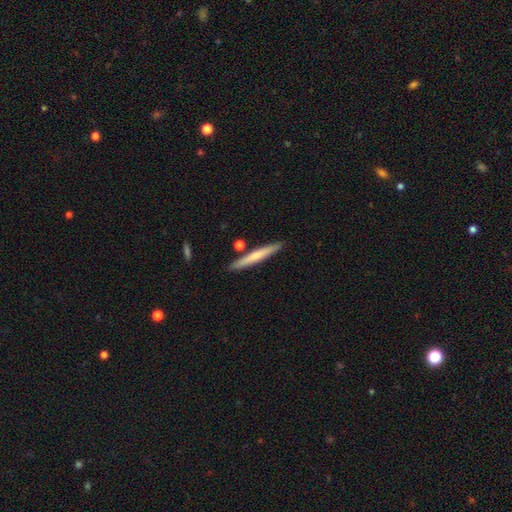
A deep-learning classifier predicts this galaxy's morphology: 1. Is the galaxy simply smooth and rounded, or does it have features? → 57% smooth, 38% featured or disk, 5% star or artifact.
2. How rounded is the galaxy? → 96% cigar-shaped, 3% in between, 1% round.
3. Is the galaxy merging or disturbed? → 86% none, 8% minor disturbance, 4% merger, 2% major disturbance.